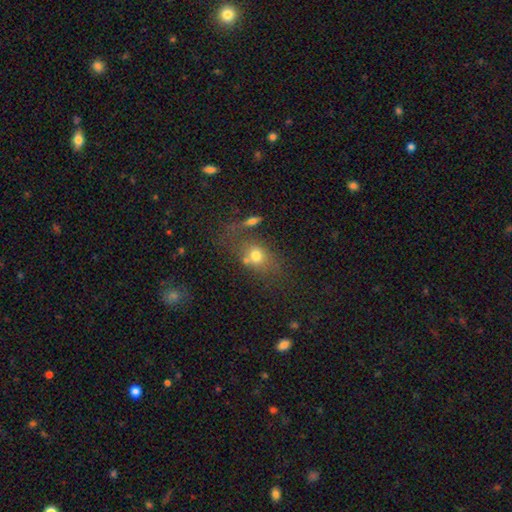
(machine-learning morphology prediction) Smooth or featured?
  - smooth: 69% *
  - featured or disk: 17%
  - star or artifact: 15%
How rounded?
  - in between: 55% *
  - round: 41%
  - cigar-shaped: 4%
Merging?
  - none: 51% *
  - merger: 20%
  - minor disturbance: 17%
  - major disturbance: 12%